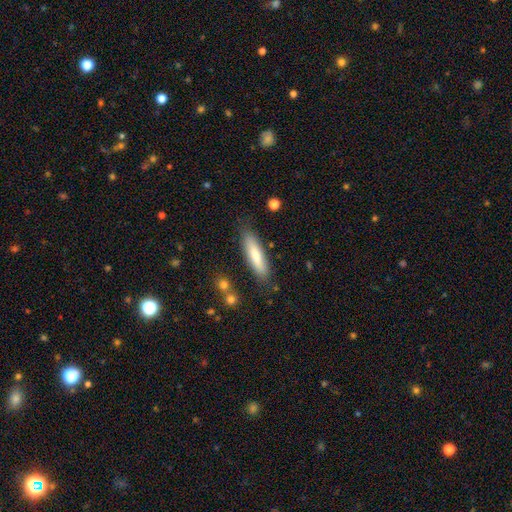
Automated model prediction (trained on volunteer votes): Q: Smooth or featured?
A: smooth (74%); runner-up: featured or disk (20%)
Q: How rounded?
A: cigar-shaped (71%); runner-up: in between (28%)
Q: Merging?
A: none (82%); runner-up: minor disturbance (12%)